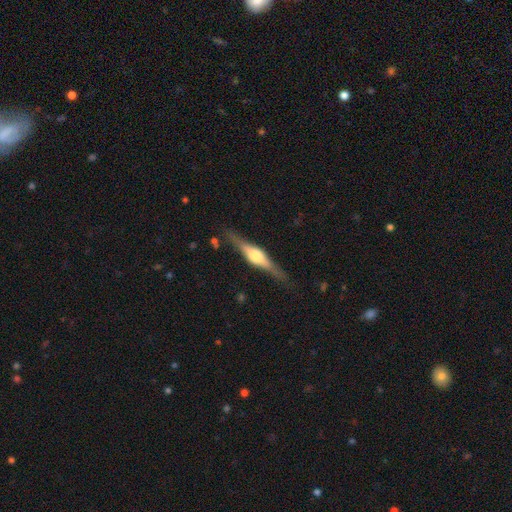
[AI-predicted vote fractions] featured or disk 77%, smooth 17%, star or artifact 6%. Down the decision tree: edge-on disk — yes (97%); edge-on bulge — rounded (85%); merging — none (85%).